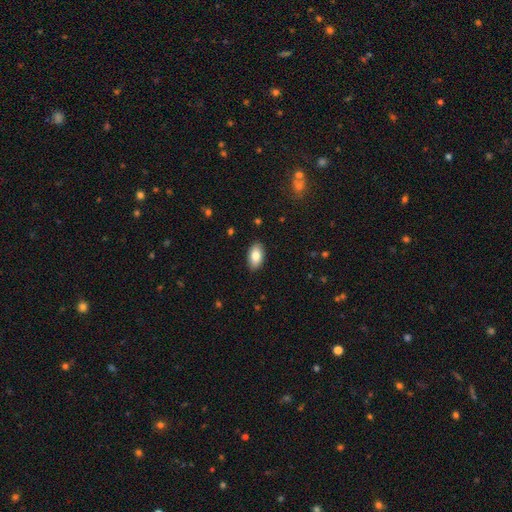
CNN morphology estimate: Smooth or featured: smooth — 82% (featured or disk — 11%)
How rounded: in between — 94% (round — 4%)
Merging: none — 88% (minor disturbance — 9%)